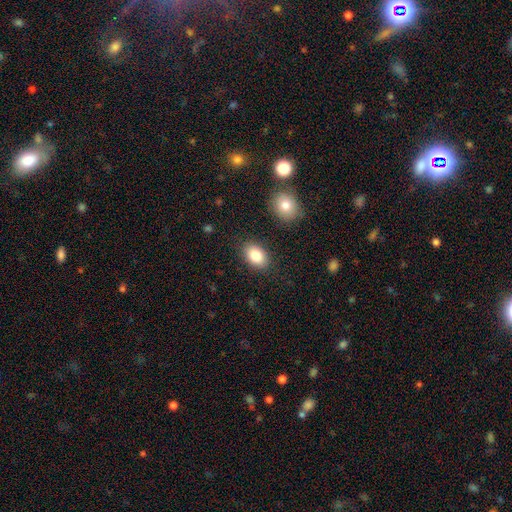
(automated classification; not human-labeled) The model was most divided on "how rounded": in between: 85%, round: 14%, cigar-shaped: 1%. More confident: merging — none (85%); smooth or featured — smooth (84%).